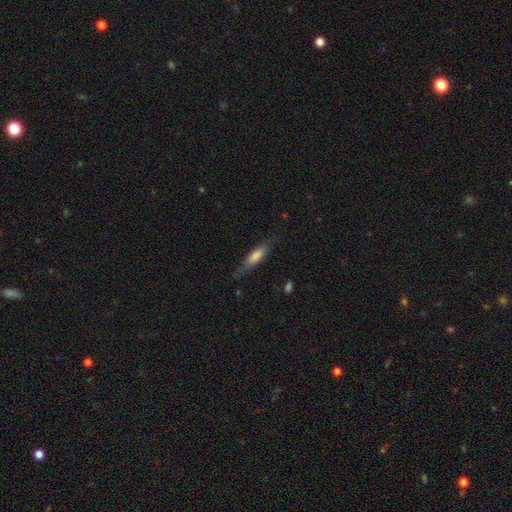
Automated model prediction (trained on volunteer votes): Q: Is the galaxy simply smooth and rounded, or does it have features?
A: smooth — 66%.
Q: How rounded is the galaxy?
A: cigar-shaped — 70%.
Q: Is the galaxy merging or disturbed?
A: none — 70%.